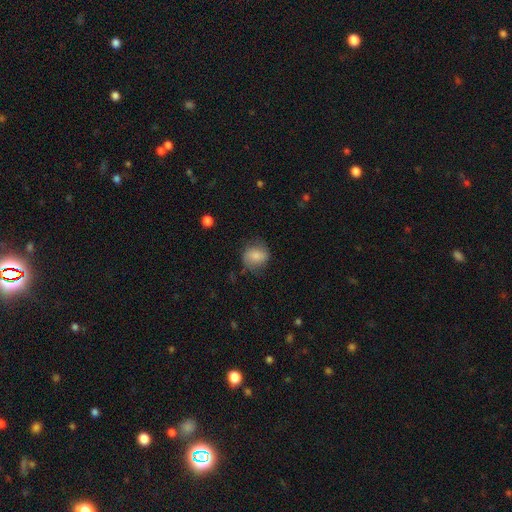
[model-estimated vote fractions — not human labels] A smooth galaxy with no disk features (70%) that is round (68%).

Vote fractions:
- Smooth or featured? smooth: 70% / featured or disk: 22% / star or artifact: 8%
- How rounded? round: 68% / in between: 31% / cigar-shaped: 1%
- Merging? none: 68% / minor disturbance: 22% / major disturbance: 9% / merger: 1%